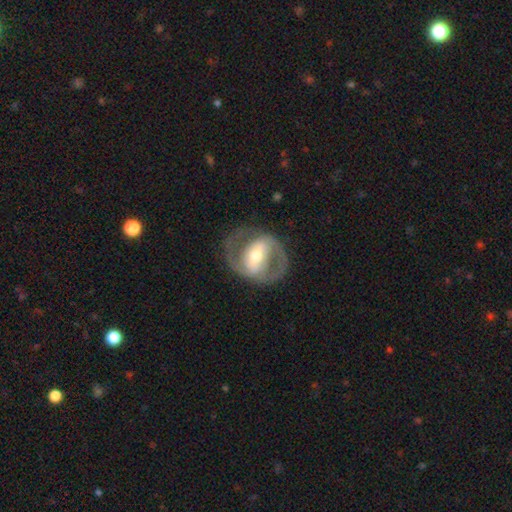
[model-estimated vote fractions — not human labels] This appears to be a featured or disk galaxy (82%) with a strong bar (47%), 2 (87%) medium (53%) spiral arms (80%) and a moderate central bulge (63%). Merging: none (75%).